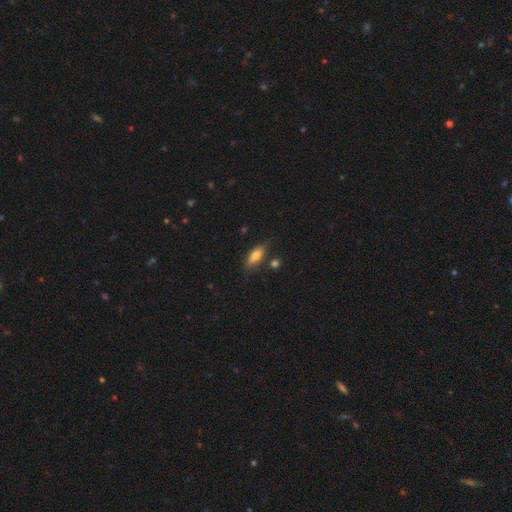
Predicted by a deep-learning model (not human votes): smooth-or-featured: smooth: 58% | featured or disk: 35% | star or artifact: 7%
  how-rounded: in between: 61% | cigar-shaped: 35% | round: 4%
  merging: none: 74% | minor disturbance: 17% | merger: 5% | major disturbance: 4%